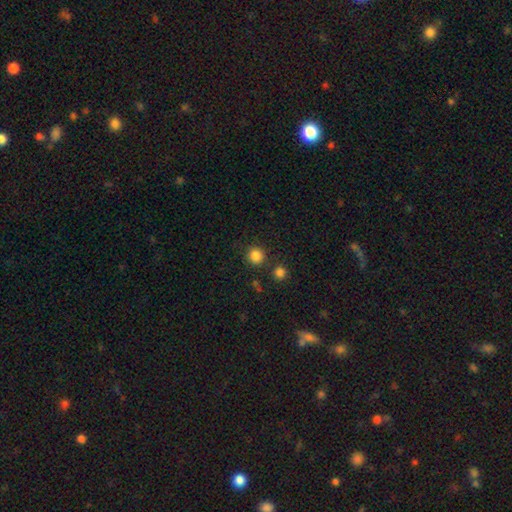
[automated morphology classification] Smooth or featured: smooth — 85% (star or artifact — 12%)
How rounded: round — 93% (in between — 7%)
Merging: none — 85% (minor disturbance — 7%)